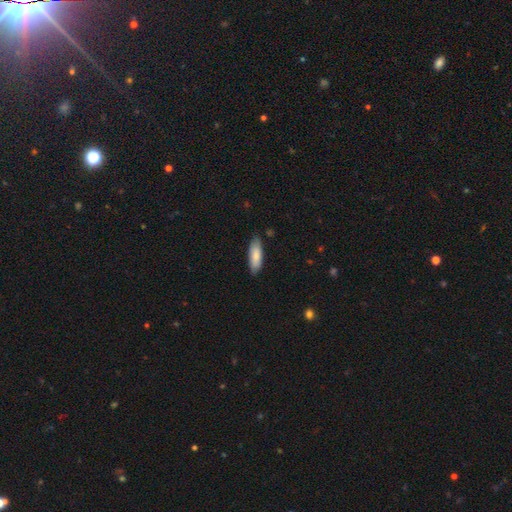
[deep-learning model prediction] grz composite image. It shows a smooth galaxy with no disk features (82%) that is in between round and cigar-shaped (59%). Merging: none (82%).